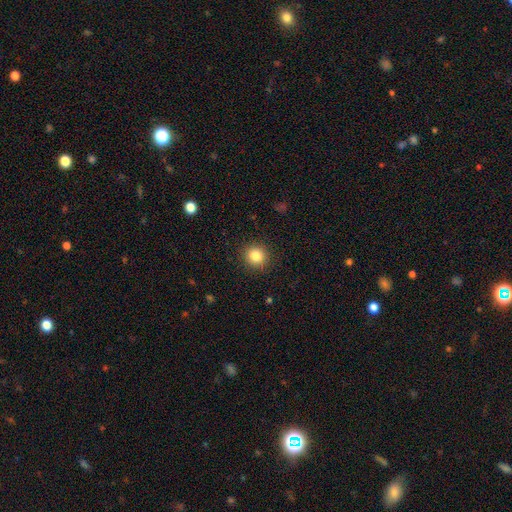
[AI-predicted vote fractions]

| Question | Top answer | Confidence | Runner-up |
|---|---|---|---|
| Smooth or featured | smooth | 84% | star or artifact (11%) |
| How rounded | round | 90% | in between (9%) |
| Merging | none | 91% | minor disturbance (6%) |